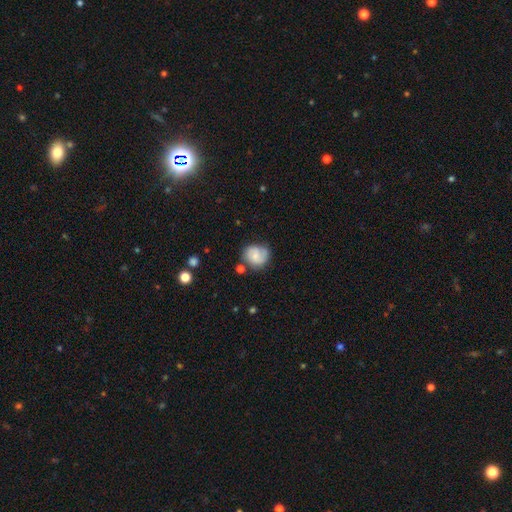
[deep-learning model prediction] This is possibly a featured or disk galaxy (50%). Merging: likely none (65%).